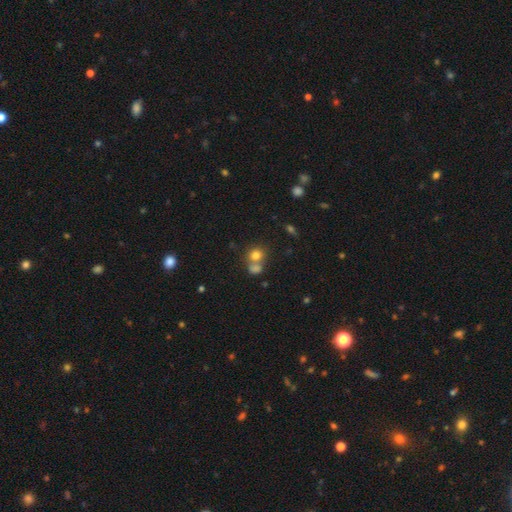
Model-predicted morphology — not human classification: type=smooth (77%); roundness=round (77%); merging=none (47%).